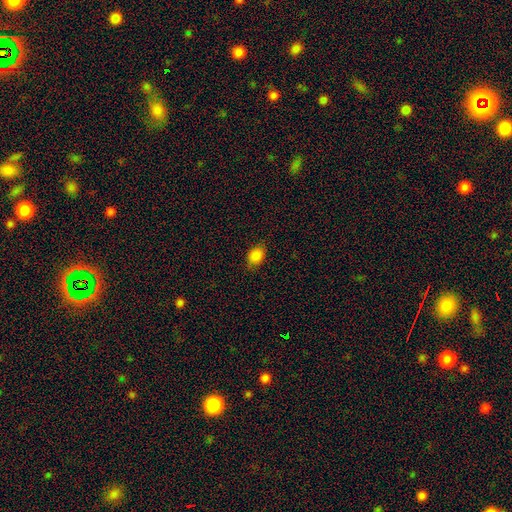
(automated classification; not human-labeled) A smooth galaxy with no disk features (86%) that is in between round and cigar-shaped (73%).

Vote fractions:
- Smooth or featured? smooth: 86% / star or artifact: 10% / featured or disk: 4%
- How rounded? in between: 73% / round: 26% / cigar-shaped: 1%
- Merging? none: 80% / minor disturbance: 16% / major disturbance: 3% / merger: 1%